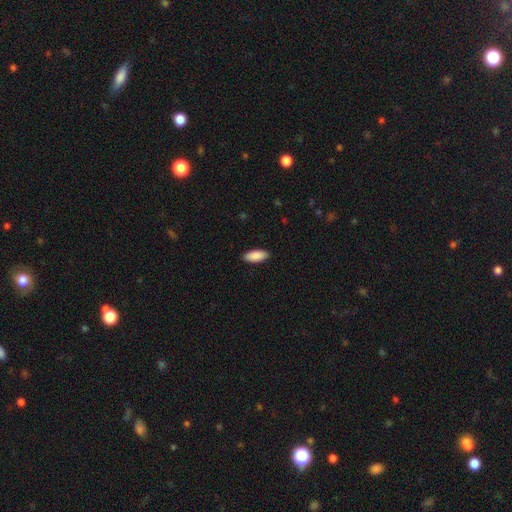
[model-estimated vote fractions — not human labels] Smooth or featured: smooth — 90% (star or artifact — 5%)
How rounded: in between — 84% (cigar-shaped — 14%)
Merging: none — 90% (minor disturbance — 8%)